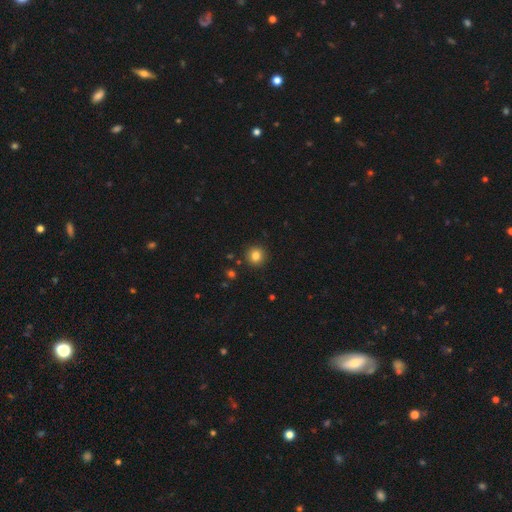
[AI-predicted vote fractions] Q: Smooth or featured?
A: smooth (82%); runner-up: star or artifact (11%)
Q: How rounded?
A: round (93%); runner-up: in between (6%)
Q: Merging?
A: none (91%); runner-up: minor disturbance (6%)